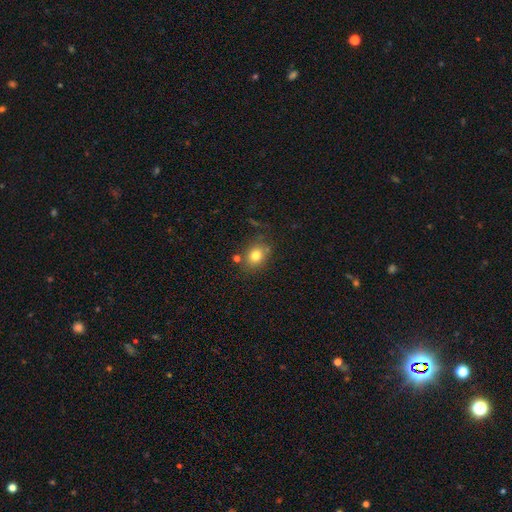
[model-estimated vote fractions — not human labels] A smooth galaxy with no disk features (78%) that is round (52%).

Vote fractions:
- Smooth or featured? smooth: 78% / star or artifact: 12% / featured or disk: 10%
- How rounded? round: 52% / in between: 47% / cigar-shaped: 1%
- Merging? none: 74% / minor disturbance: 14% / merger: 8% / major disturbance: 4%